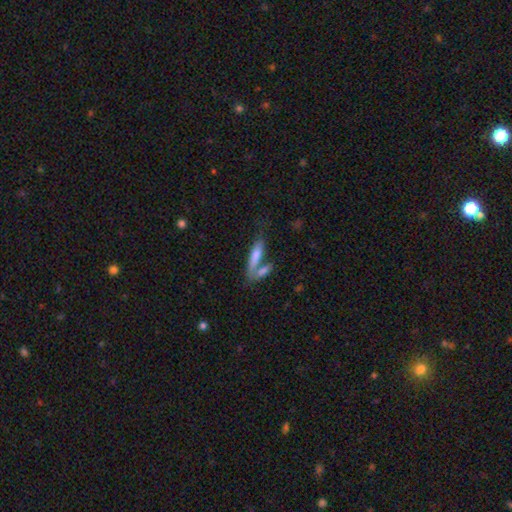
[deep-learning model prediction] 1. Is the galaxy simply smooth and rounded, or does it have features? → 68% smooth, 24% featured or disk, 8% star or artifact.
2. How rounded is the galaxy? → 69% cigar-shaped, 28% in between, 3% round.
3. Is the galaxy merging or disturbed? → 47% none, 36% merger, 12% minor disturbance, 5% major disturbance.